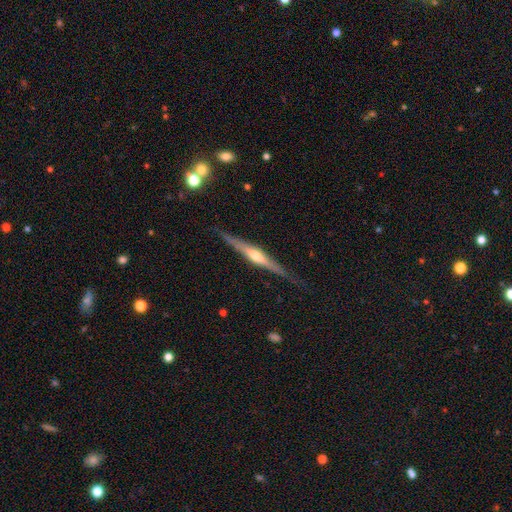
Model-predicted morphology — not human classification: A featured or disk galaxy (76%) viewed edge-on (97%) with a rounded central bulge (79%). Merging: none (84%).